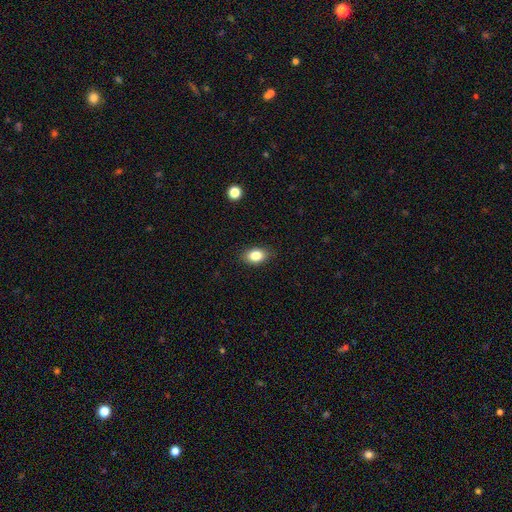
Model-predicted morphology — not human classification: Smooth or featured? smooth (84%)
How rounded? in between (82%)
Merging? none (86%)